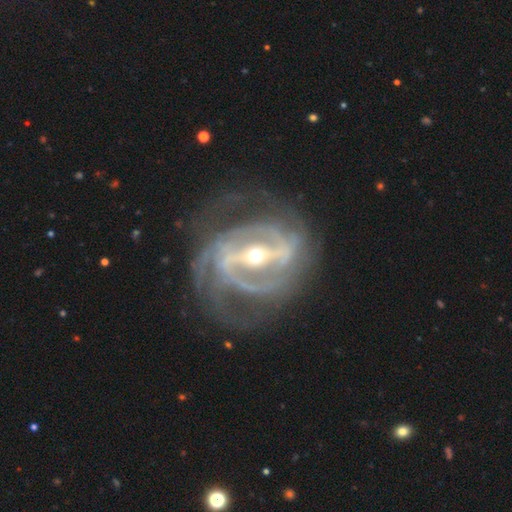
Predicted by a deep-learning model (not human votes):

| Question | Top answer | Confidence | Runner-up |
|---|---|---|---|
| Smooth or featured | featured or disk | 92% | star or artifact (5%) |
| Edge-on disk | no | 95% | yes (5%) |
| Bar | strong | 77% | weak (17%) |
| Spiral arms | yes | 96% | no (4%) |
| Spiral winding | tight | 51% | medium (38%) |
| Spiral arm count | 2 | 32% | 3 (22%) |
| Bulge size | small | 53% | moderate (43%) |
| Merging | none | 69% | minor disturbance (16%) |